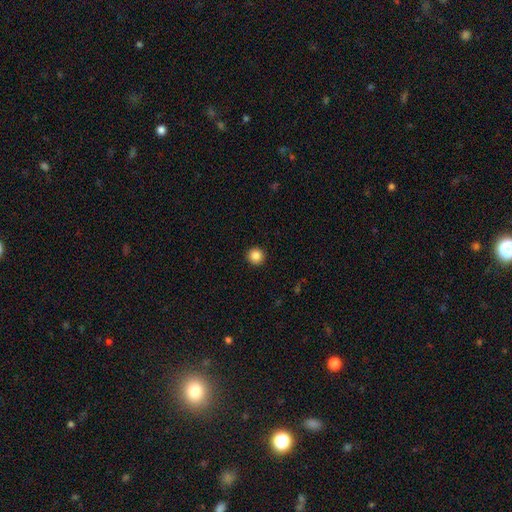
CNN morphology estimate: This is clearly a smooth galaxy (86%). How rounded: clearly round (95%). Merging: clearly none (93%).